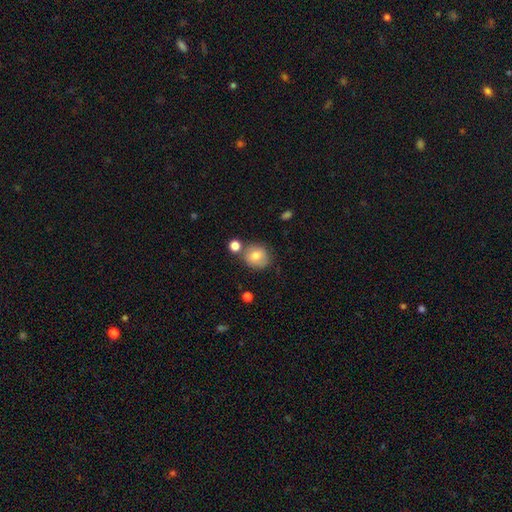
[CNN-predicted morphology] Q: Smooth or featured?
A: smooth (77%); runner-up: featured or disk (13%)
Q: How rounded?
A: round (83%); runner-up: in between (16%)
Q: Merging?
A: none (69%); runner-up: merger (14%)